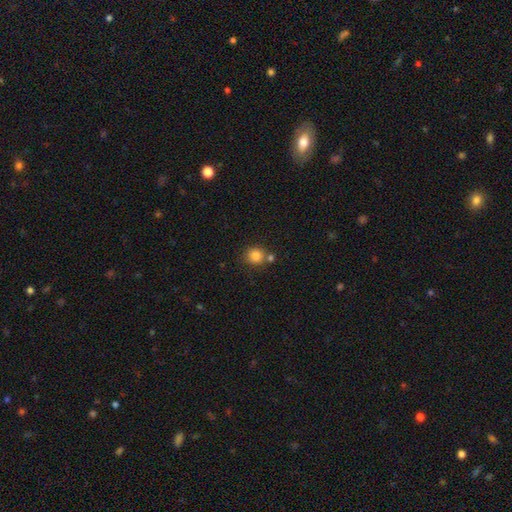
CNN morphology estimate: type=smooth (84%); roundness=round (85%); merging=none (68%).